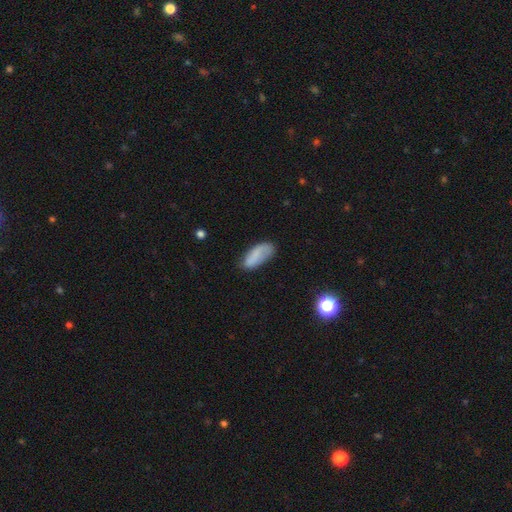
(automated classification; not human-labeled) smooth_or_featured: smooth (p=0.74) [alt: featured or disk p=0.18]
how_rounded: in between (p=0.85) [alt: cigar-shaped p=0.13]
merging: none (p=0.59) [alt: minor disturbance p=0.28]